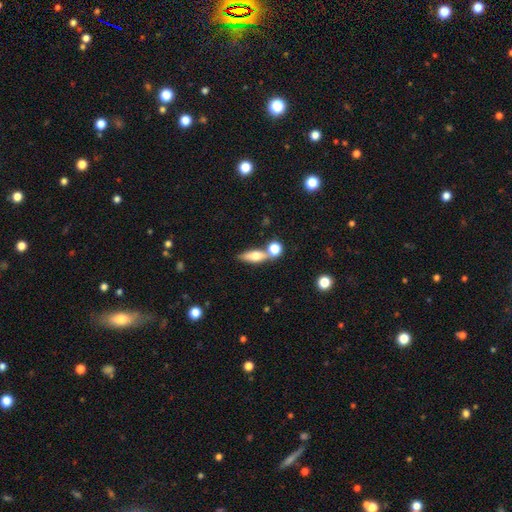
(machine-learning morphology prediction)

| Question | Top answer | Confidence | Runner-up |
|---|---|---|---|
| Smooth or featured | smooth | 61% | featured or disk (31%) |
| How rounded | in between | 58% | cigar-shaped (33%) |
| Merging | none | 55% | merger (29%) |